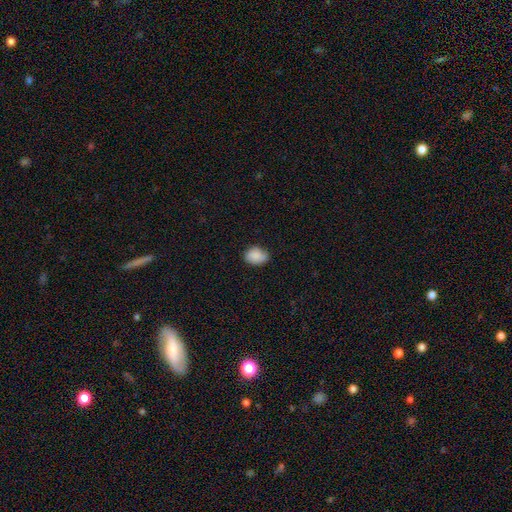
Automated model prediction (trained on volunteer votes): smooth 87%, star or artifact 8%, featured or disk 5%. Down the decision tree: how rounded — in between (65%); merging — none (70%).